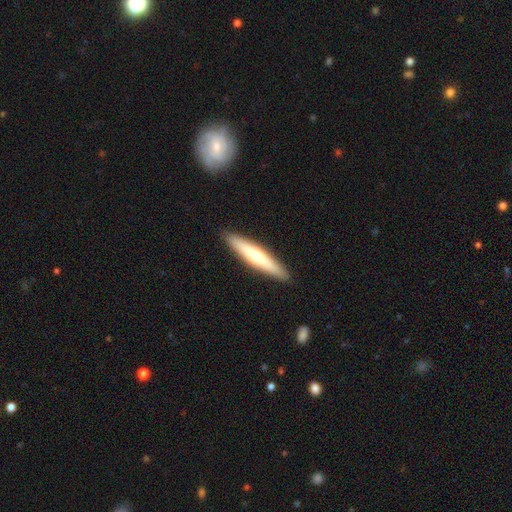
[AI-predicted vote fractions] Morphology: type=smooth (58%); roundness=cigar-shaped (90%); merging=none (91%).